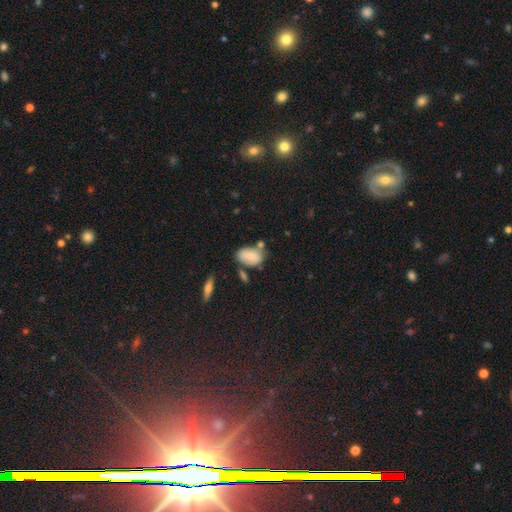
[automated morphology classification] Smooth or featured? Predicted: smooth (p=0.73). How rounded? Predicted: in between (p=0.89). Merging? Predicted: none (p=0.56).